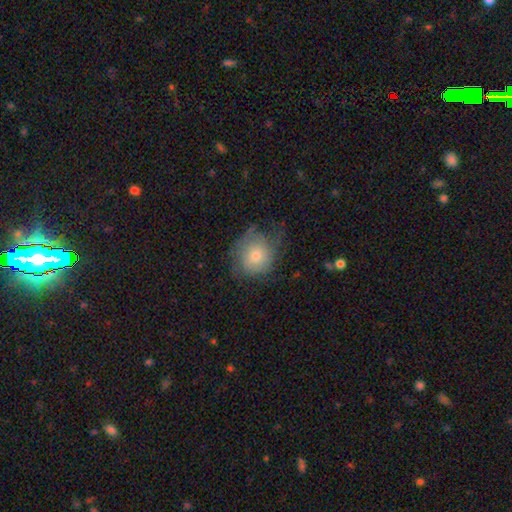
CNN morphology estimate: Smooth or featured? smooth (60%)
How rounded? round (79%)
Merging? none (52%)